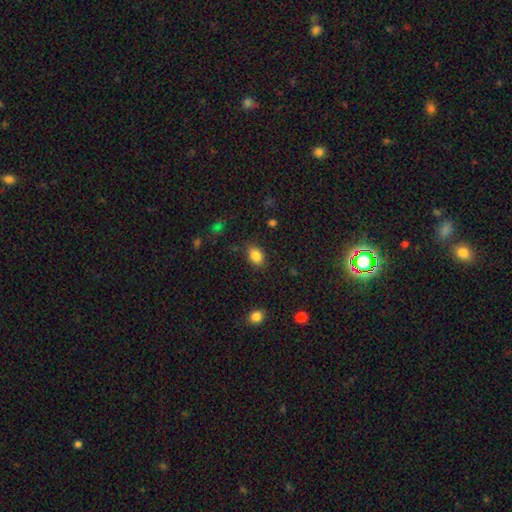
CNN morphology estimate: smooth 86%, star or artifact 9%, featured or disk 5%. Down the decision tree: how rounded — in between (80%); merging — none (82%).